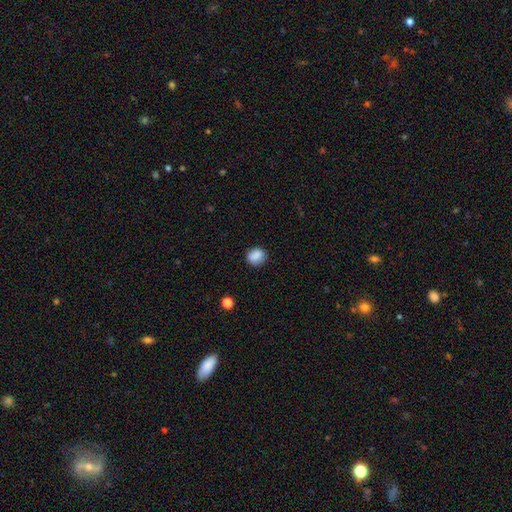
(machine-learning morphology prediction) Q: Smooth or featured?
A: smooth (87%); runner-up: star or artifact (9%)
Q: How rounded?
A: round (73%); runner-up: in between (26%)
Q: Merging?
A: none (84%); runner-up: minor disturbance (12%)